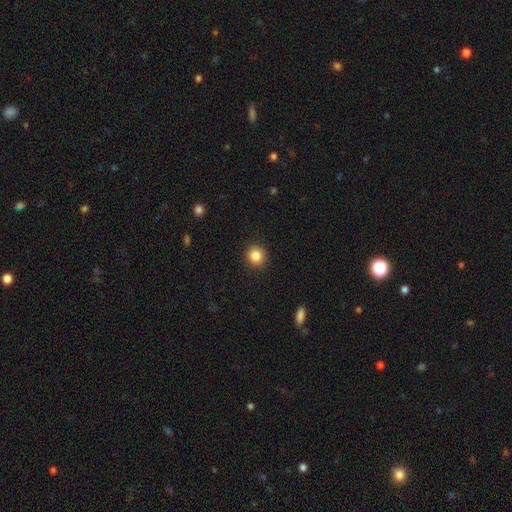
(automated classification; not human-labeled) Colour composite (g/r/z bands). It shows a smooth galaxy with no disk features (85%) that is round (90%). Merging: none (92%).